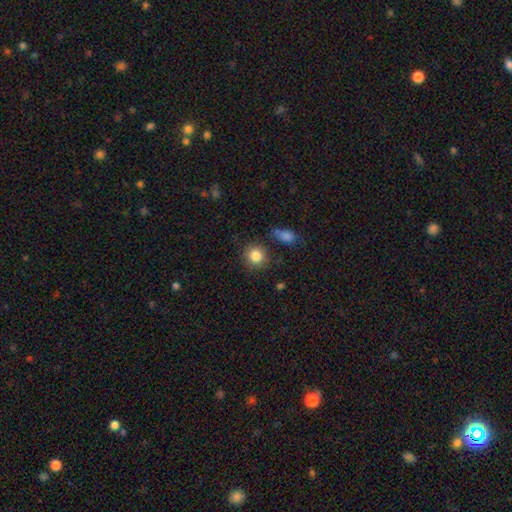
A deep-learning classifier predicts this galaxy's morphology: Overall: smooth (84%). How rounded: round (88%). Merging: none (82%).